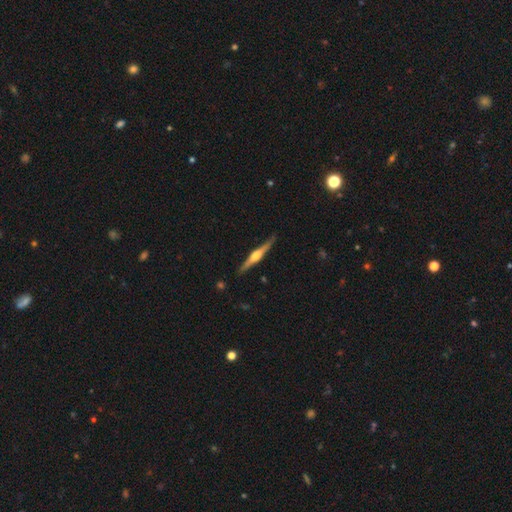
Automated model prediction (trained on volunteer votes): smooth-or-featured: featured or disk: 76% | smooth: 19% | star or artifact: 5%
  disk-edge-on: yes: 98% | no: 2%
    edge-on-bulge: rounded: 90% | boxy: 6% | none: 4%
  merging: none: 88% | minor disturbance: 10% | major disturbance: 2% | merger: 1%